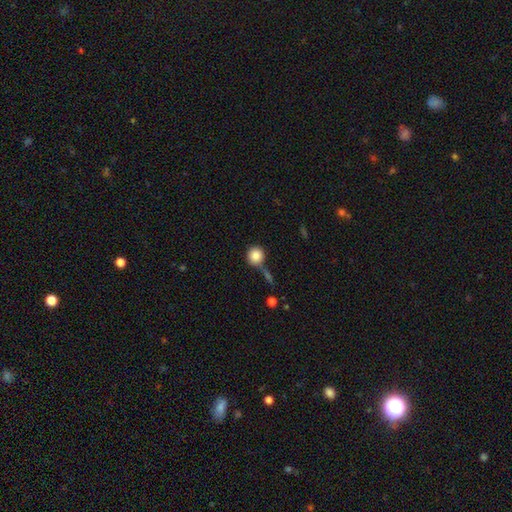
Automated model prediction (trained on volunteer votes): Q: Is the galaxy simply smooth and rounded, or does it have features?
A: smooth — 85%.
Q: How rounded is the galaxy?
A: round — 92%.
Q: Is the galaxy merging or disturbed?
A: none — 58%.